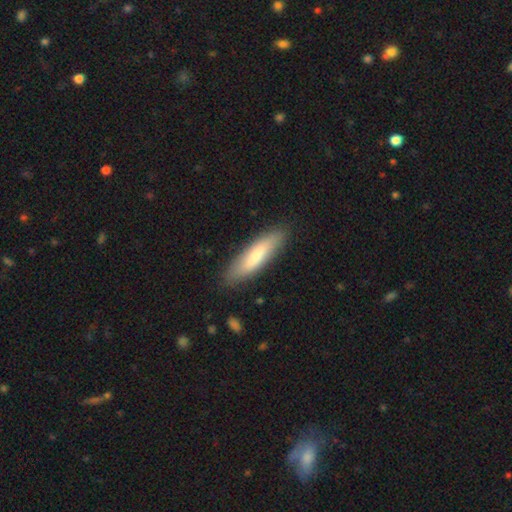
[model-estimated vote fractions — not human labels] A smooth galaxy with no disk features (74%) that is cigar-shaped (70%).

Vote fractions:
- Smooth or featured? smooth: 74% / featured or disk: 20% / star or artifact: 6%
- How rounded? cigar-shaped: 70% / in between: 29% / round: 1%
- Merging? none: 84% / minor disturbance: 12% / major disturbance: 2% / merger: 1%